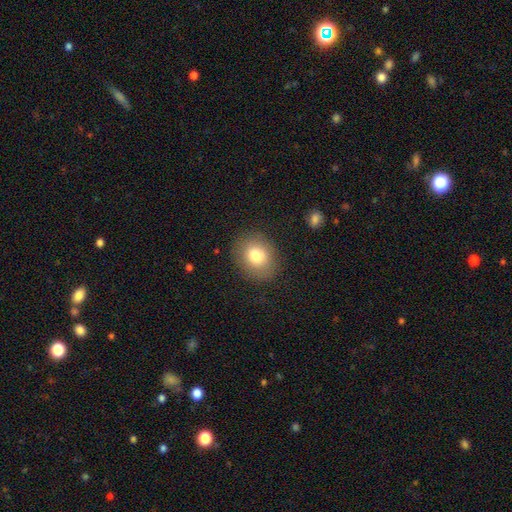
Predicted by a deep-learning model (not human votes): The model was most divided on "how rounded": round: 57%, in between: 42%, cigar-shaped: 1%. More confident: merging — none (84%); smooth or featured — smooth (79%).